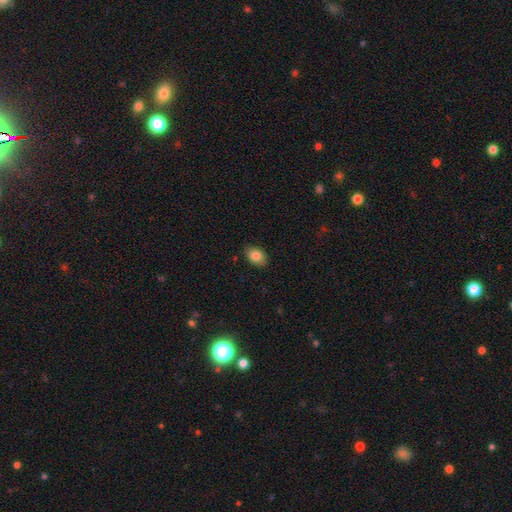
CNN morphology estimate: Smooth or featured? Predicted: smooth (p=0.86). How rounded? Predicted: in between (p=0.82). Merging? Predicted: none (p=0.85).